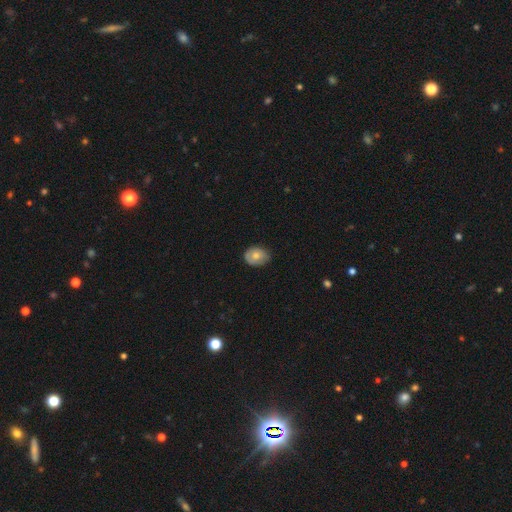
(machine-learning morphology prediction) A smooth galaxy with no disk features (72%) that is in between round and cigar-shaped (59%).

Vote fractions:
- Smooth or featured? smooth: 72% / featured or disk: 21% / star or artifact: 7%
- How rounded? in between: 59% / round: 40% / cigar-shaped: 1%
- Merging? none: 75% / minor disturbance: 21% / major disturbance: 3% / merger: 1%